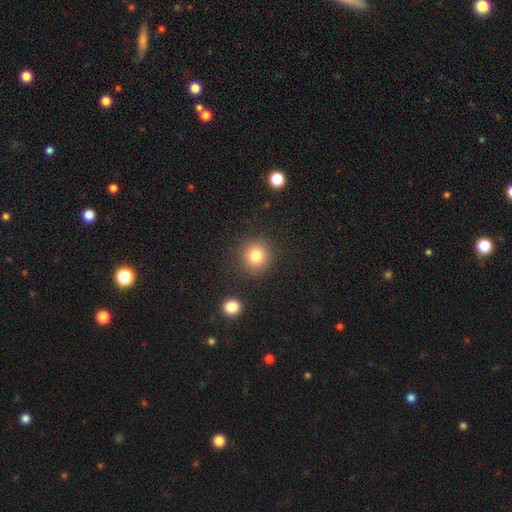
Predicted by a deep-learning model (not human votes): Smooth or featured? smooth (81%)
How rounded? round (93%)
Merging? none (88%)